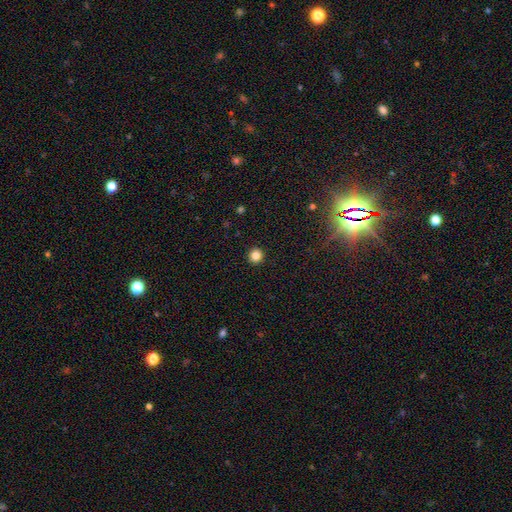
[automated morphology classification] smooth_or_featured: smooth (p=0.84) [alt: star or artifact p=0.12]
how_rounded: round (p=0.95) [alt: in between p=0.04]
merging: none (p=0.94) [alt: minor disturbance p=0.04]